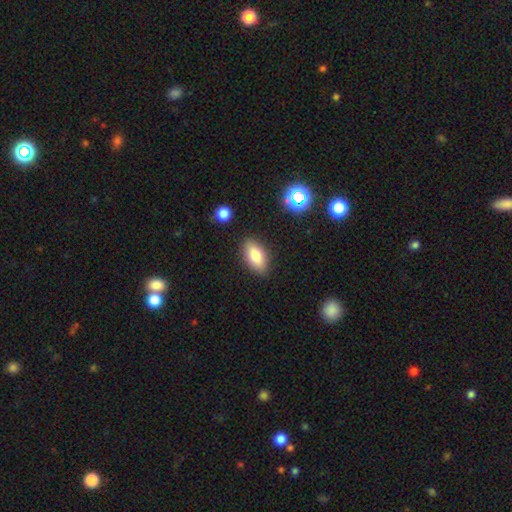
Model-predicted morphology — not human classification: type=smooth (78%); roundness=in between (88%); merging=none (85%).